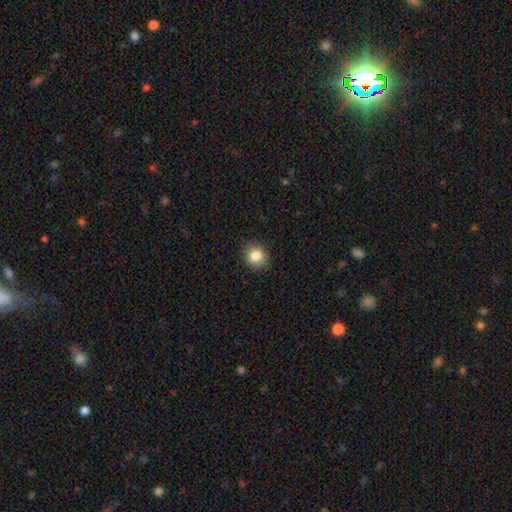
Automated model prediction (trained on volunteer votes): This is clearly a smooth galaxy (84%). How rounded: likely round (66%). Merging: clearly none (86%).